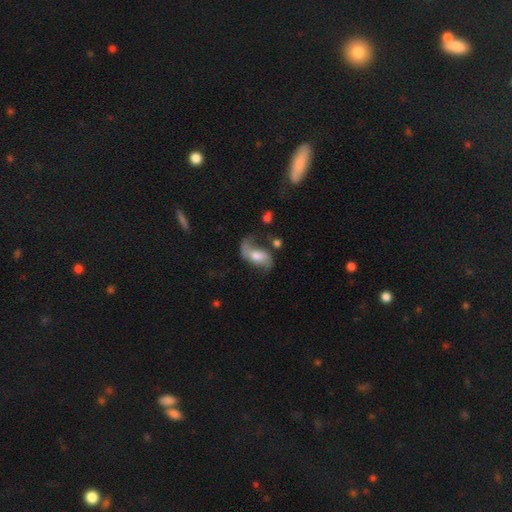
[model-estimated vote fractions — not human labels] smooth-or-featured: featured or disk: 67% | smooth: 26% | star or artifact: 7%
  disk-edge-on: no: 95% | yes: 5%
    bar: no: 44% | weak: 39% | strong: 16%
    has-spiral-arms: yes: 87% | no: 13%
      spiral-winding: loose: 70% | medium: 23% | tight: 6%
      spiral-arm-count: 2: 76% | 1: 16% | can't tell: 5% | 3: 1% | 4: 1% | more than 4: 1%
    bulge-size: moderate: 56% | small: 20% | large: 17% | none: 5% | dominant: 2%
  merging: none: 42% | major disturbance: 28% | minor disturbance: 22% | merger: 8%